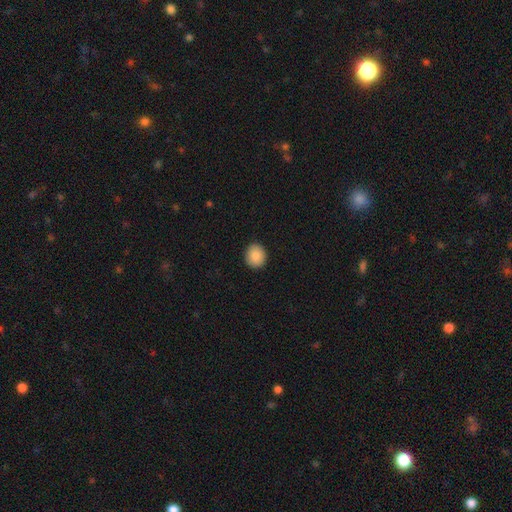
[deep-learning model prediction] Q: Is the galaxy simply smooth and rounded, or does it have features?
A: smooth — 88%.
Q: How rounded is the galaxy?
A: round — 81%.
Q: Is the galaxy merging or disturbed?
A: none — 91%.